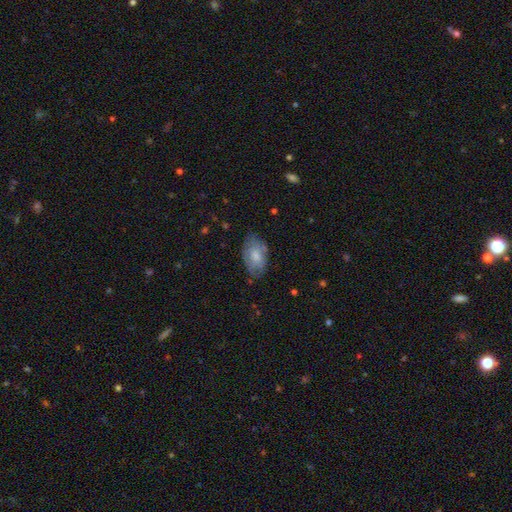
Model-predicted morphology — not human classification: smooth_or_featured: smooth (p=0.67) [alt: featured or disk p=0.27]
how_rounded: in between (p=0.92) [alt: round p=0.06]
merging: none (p=0.65) [alt: minor disturbance p=0.26]